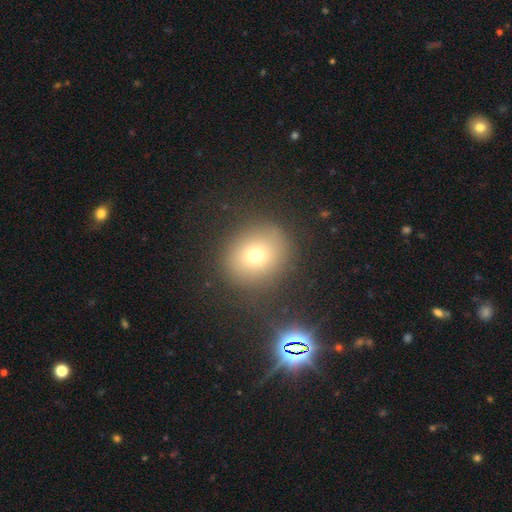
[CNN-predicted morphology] Smooth or featured? Predicted: smooth (p=0.67). How rounded? Predicted: round (p=0.79). Merging? Predicted: none (p=0.83).